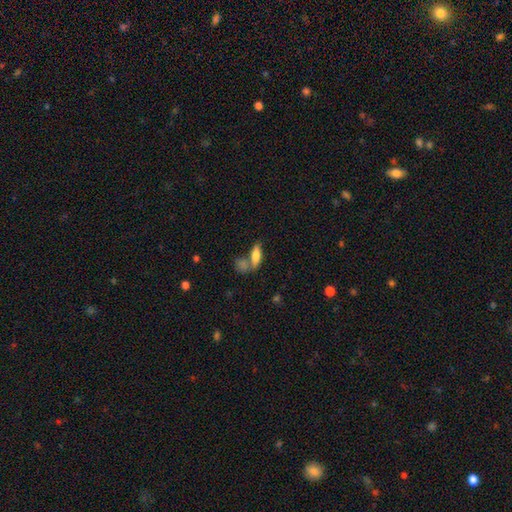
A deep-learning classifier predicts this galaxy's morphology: Q: Smooth or featured?
A: smooth (74%); runner-up: featured or disk (18%)
Q: How rounded?
A: in between (64%); runner-up: cigar-shaped (32%)
Q: Merging?
A: none (45%); runner-up: merger (36%)